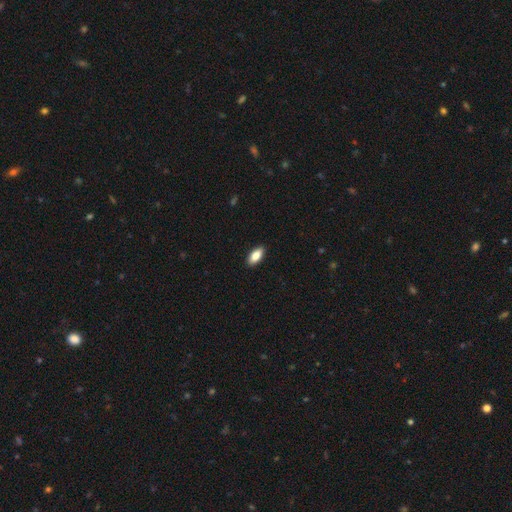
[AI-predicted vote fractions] Overall: smooth (85%). How rounded: in between (88%). Merging: none (90%).